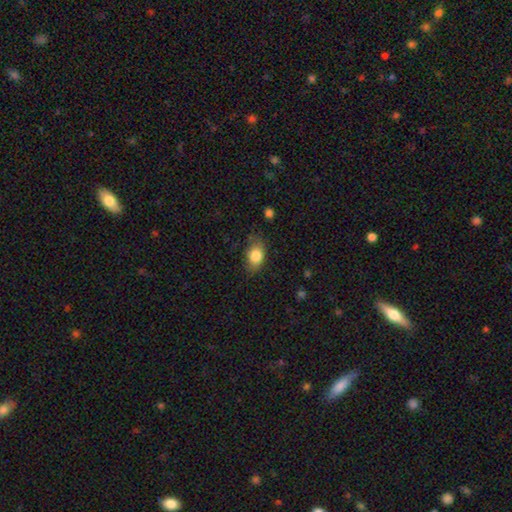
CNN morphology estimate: This appears to be a smooth galaxy with no disk features (83%) that is in between round and cigar-shaped (81%). Merging: none (71%).